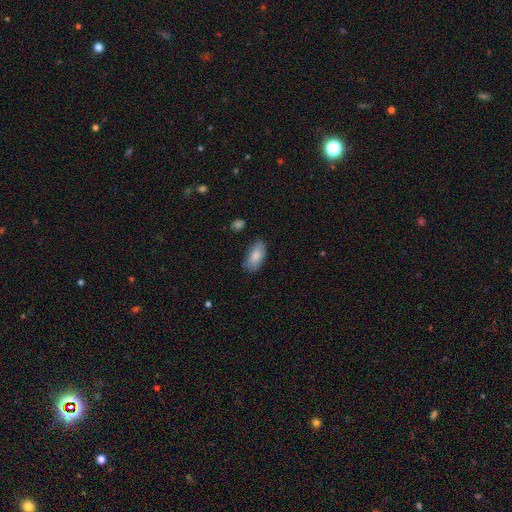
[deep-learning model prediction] Smooth or featured? smooth (85%)
How rounded? in between (92%)
Merging? none (78%)